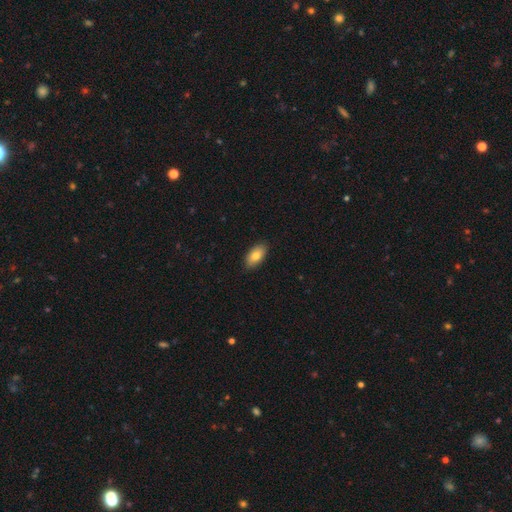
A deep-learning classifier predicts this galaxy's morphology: Smooth or featured? smooth (80%)
How rounded? in between (93%)
Merging? none (88%)